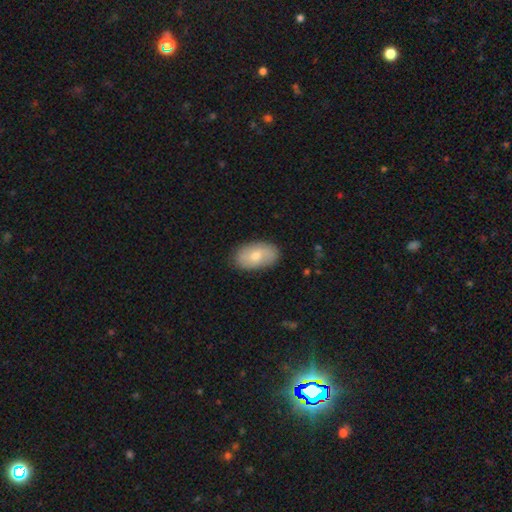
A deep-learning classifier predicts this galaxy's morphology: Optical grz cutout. It shows a smooth galaxy with no disk features (69%) that is in between round and cigar-shaped (93%). Merging: none (84%).